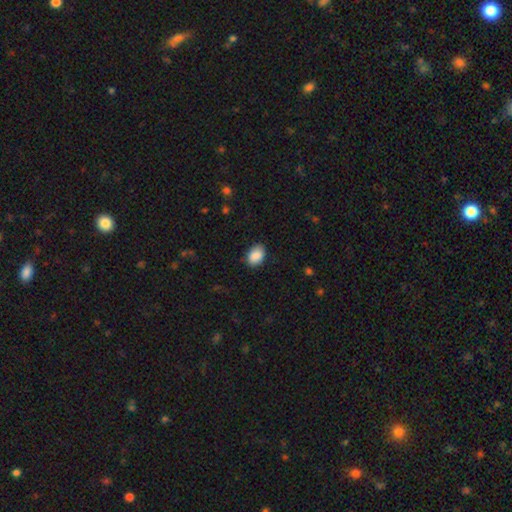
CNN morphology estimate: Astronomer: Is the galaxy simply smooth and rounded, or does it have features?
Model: smooth — 89%.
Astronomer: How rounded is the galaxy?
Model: in between — 84%.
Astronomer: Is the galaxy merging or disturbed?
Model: none — 83%.